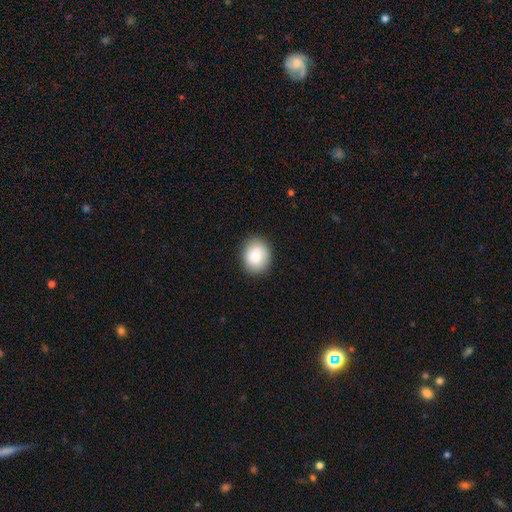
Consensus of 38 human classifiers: Smooth or featured?
  - smooth: 89% *
  - featured or disk: 5%
  - star or artifact: 5%
How rounded?
  - round: 68% *
  - in between: 32%
  - cigar-shaped: 0%
Merging?
  - none: 81% *
  - minor disturbance: 17%
  - merger: 3%
  - major disturbance: 0%